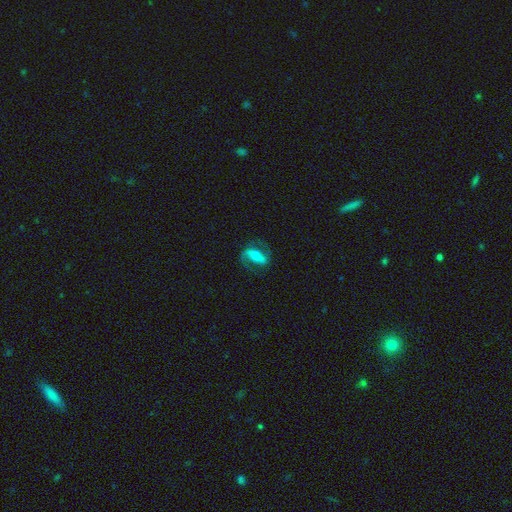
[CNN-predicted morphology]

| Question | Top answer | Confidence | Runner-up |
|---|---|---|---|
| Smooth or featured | featured or disk | 74% | smooth (19%) |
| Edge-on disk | no | 92% | yes (8%) |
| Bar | strong | 56% | weak (26%) |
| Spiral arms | yes | 88% | no (12%) |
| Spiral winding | medium | 48% | loose (31%) |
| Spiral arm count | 2 | 86% | 1 (7%) |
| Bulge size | moderate | 57% | small (30%) |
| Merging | none | 72% | minor disturbance (15%) |